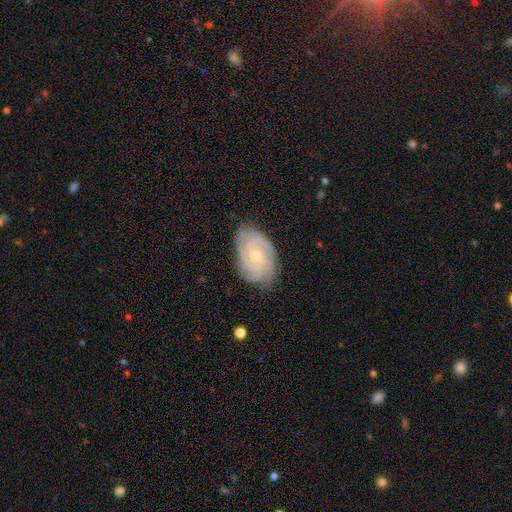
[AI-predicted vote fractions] The model was most divided on "spiral arm count": 3: 37%, 4: 23%, can't tell: 15%, 2: 14%, more than 4: 6%, 1: 5%. More confident: spiral arms — yes (98%); edge-on disk — no (97%); smooth or featured — featured or disk (88%); merging — none (79%); spiral winding — tight (75%); bar — no (72%); bulge size — small (57%).